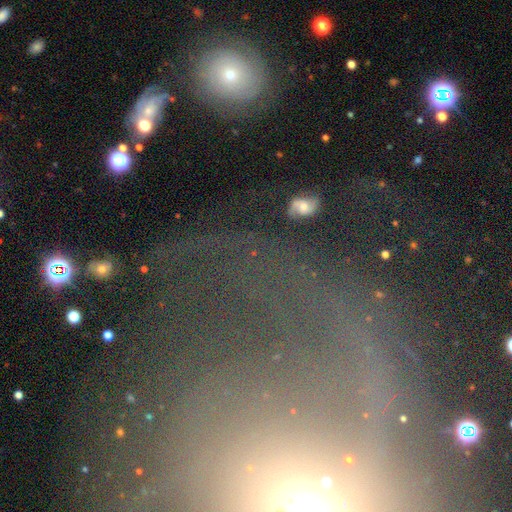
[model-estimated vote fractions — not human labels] smooth-or-featured: star or artifact: 40% | featured or disk: 34% | smooth: 26%